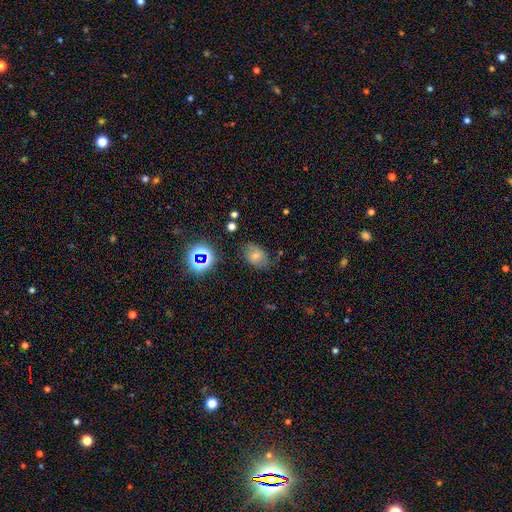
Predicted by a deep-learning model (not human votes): smooth 59%, featured or disk 21%, star or artifact 19%. Down the decision tree: how rounded — in between (77%); merging — none (67%).